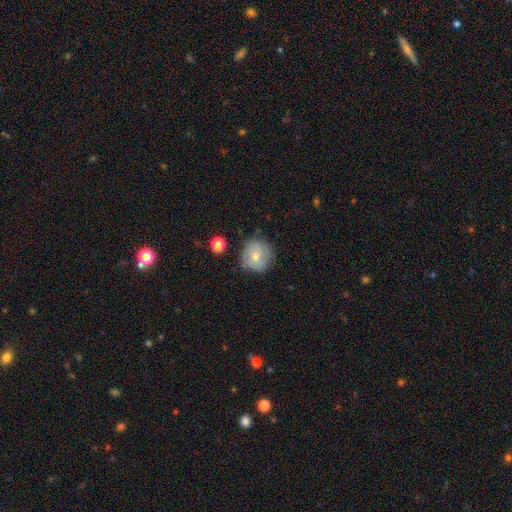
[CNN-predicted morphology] Overall: smooth (58%; featured or disk 34%). How rounded: round (89%). Merging: none (72%).